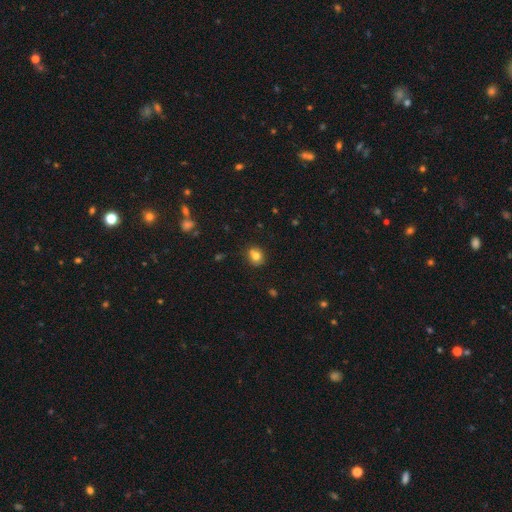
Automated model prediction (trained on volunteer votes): The model was most divided on "how rounded": round: 66%, in between: 33%, cigar-shaped: 1%. More confident: smooth or featured — smooth (78%); merging — none (74%).